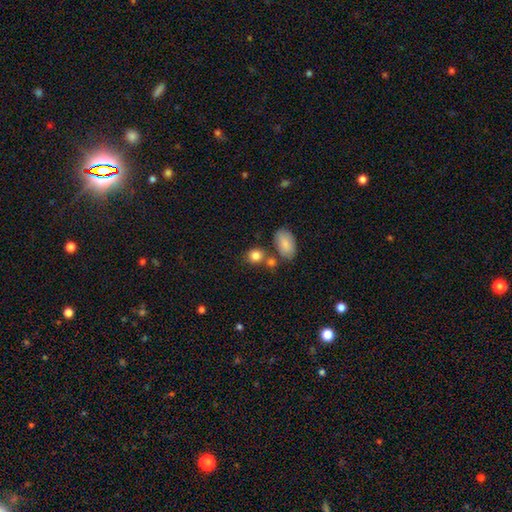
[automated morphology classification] This is clearly a smooth galaxy (84%). How rounded: likely round (69%). Merging: likely none (64%).